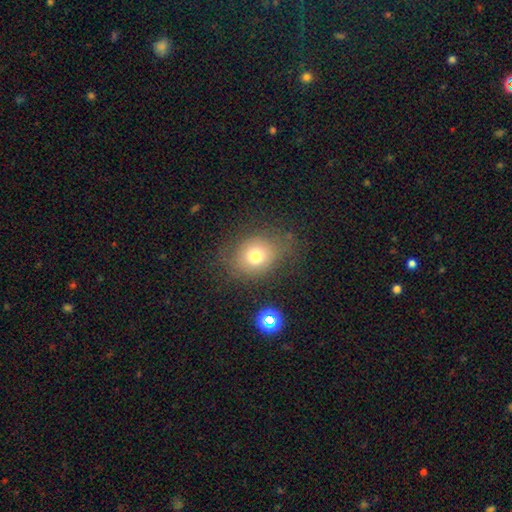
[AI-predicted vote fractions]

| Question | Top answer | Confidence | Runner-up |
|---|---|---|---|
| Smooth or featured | smooth | 71% | star or artifact (14%) |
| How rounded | round | 55% | in between (44%) |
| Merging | none | 69% | minor disturbance (18%) |